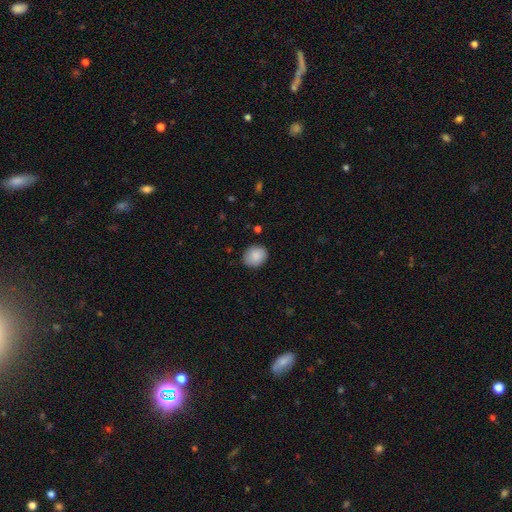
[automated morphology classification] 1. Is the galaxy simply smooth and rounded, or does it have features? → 88% smooth, 7% star or artifact, 5% featured or disk.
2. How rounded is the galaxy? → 63% round, 36% in between, 1% cigar-shaped.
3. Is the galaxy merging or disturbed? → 86% none, 11% minor disturbance, 2% major disturbance, 1% merger.